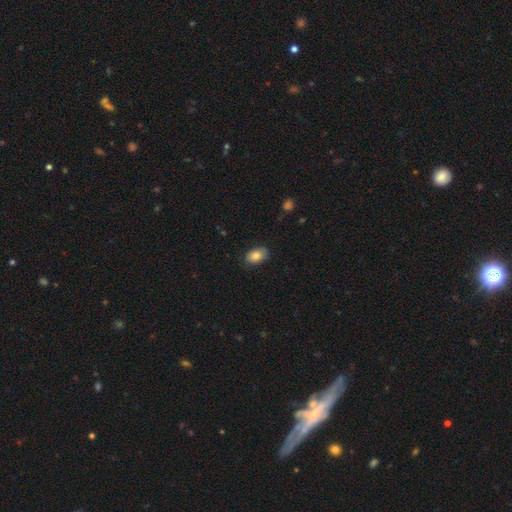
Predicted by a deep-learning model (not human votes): smooth-or-featured: smooth: 85% | featured or disk: 8% | star or artifact: 7%
  how-rounded: in between: 88% | round: 11% | cigar-shaped: 1%
  merging: none: 83% | minor disturbance: 14% | major disturbance: 3% | merger: 1%